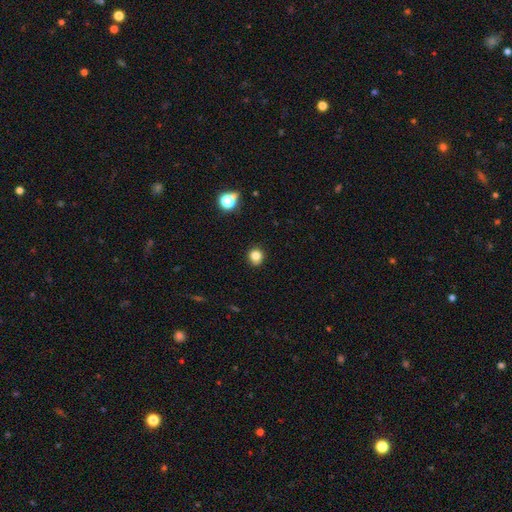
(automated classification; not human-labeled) Smooth or featured: smooth — 82% (star or artifact — 13%)
How rounded: round — 89% (in between — 10%)
Merging: none — 88% (minor disturbance — 9%)